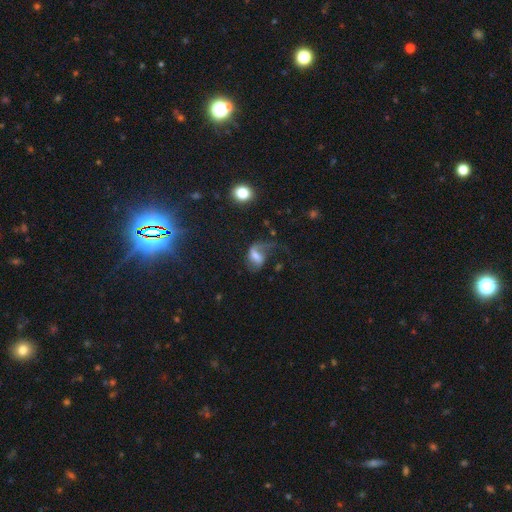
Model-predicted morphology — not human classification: featured or disk 58%, smooth 31%, star or artifact 11%. Down the decision tree: edge-on disk — no (96%); bar — weak (44%); spiral arms — yes (81%); bulge size — moderate (39%); merging — major disturbance (47%).